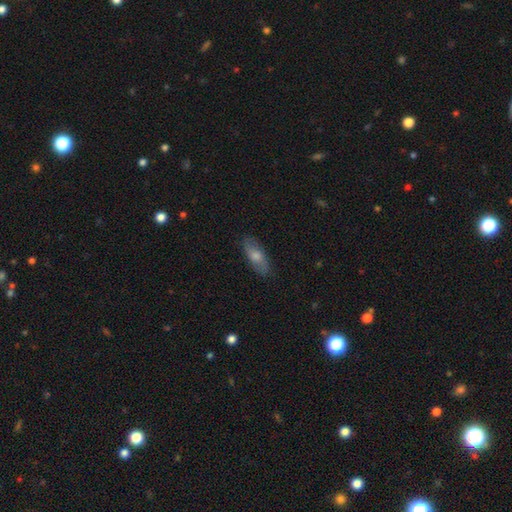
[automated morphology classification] This appears to be a smooth galaxy with no disk features (54%) that is in between round and cigar-shaped (71%). Merging: none (85%).